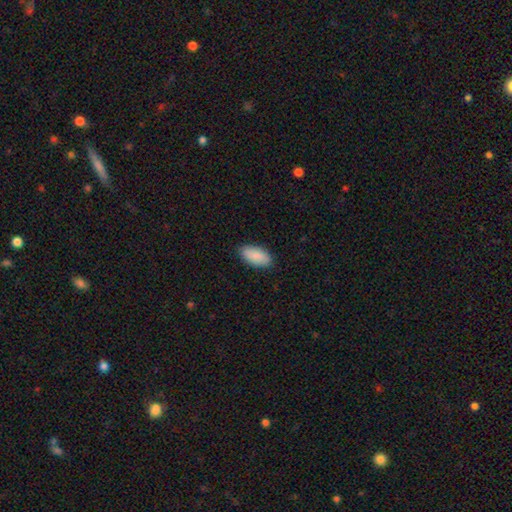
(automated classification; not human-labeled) smooth_or_featured: smooth (p=0.89) [alt: featured or disk p=0.06]
how_rounded: in between (p=0.93) [alt: cigar-shaped p=0.05]
merging: none (p=0.87) [alt: minor disturbance p=0.10]